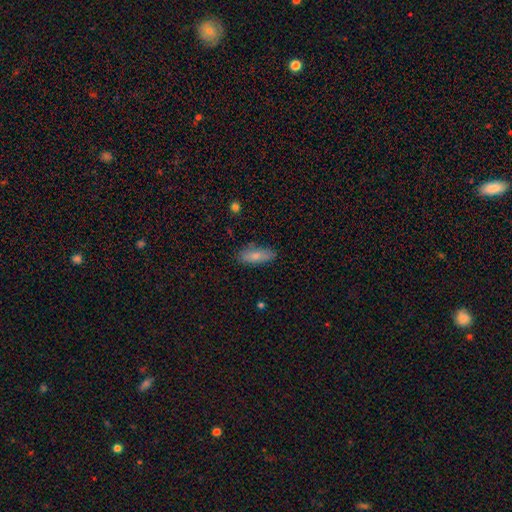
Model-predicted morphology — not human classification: Overall: smooth (80%). How rounded: in between (71%). Merging: none (80%).